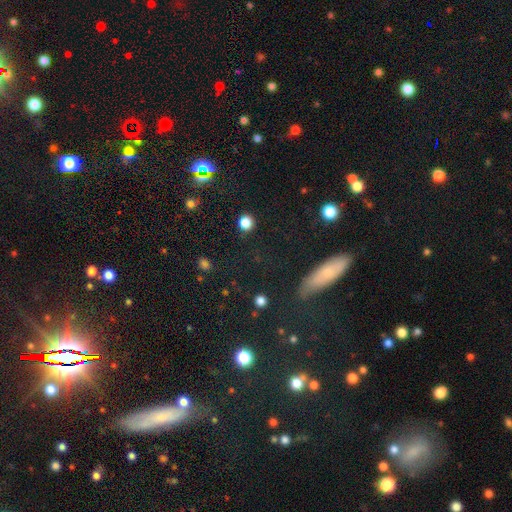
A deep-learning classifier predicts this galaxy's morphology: Smooth or featured? Predicted: star or artifact (p=0.50).